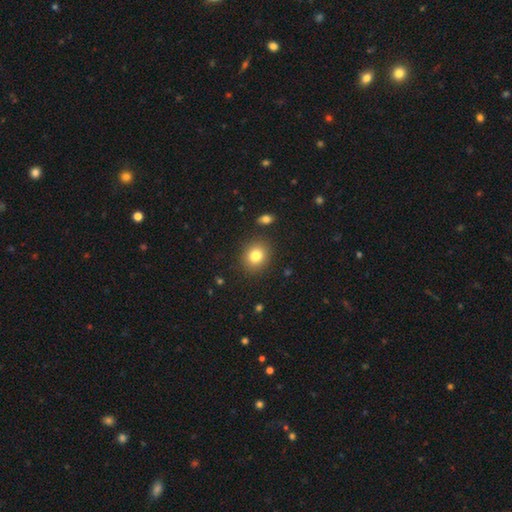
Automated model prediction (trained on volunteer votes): smooth-or-featured: smooth: 81% | star or artifact: 11% | featured or disk: 8%
  how-rounded: round: 74% | in between: 25% | cigar-shaped: 1%
  merging: none: 88% | minor disturbance: 7% | major disturbance: 2% | merger: 2%